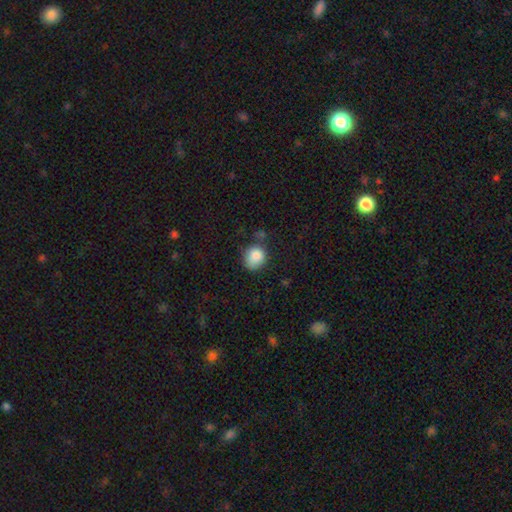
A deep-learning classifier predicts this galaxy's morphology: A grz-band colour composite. It shows a smooth galaxy with no disk features (84%) that is round (73%). Merging: none (58%).